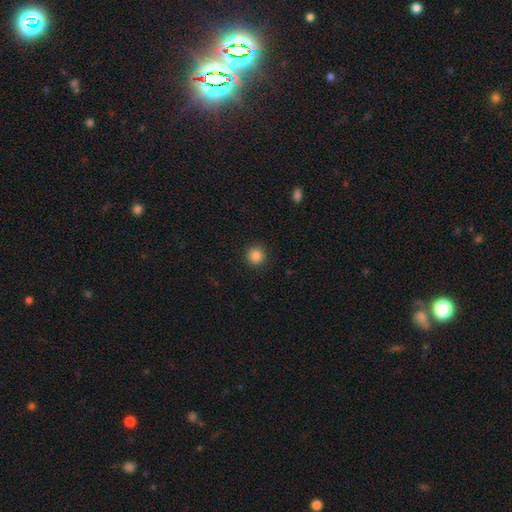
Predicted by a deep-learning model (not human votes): smooth 86%, star or artifact 11%, featured or disk 3%. Down the decision tree: how rounded — round (94%); merging — none (92%).